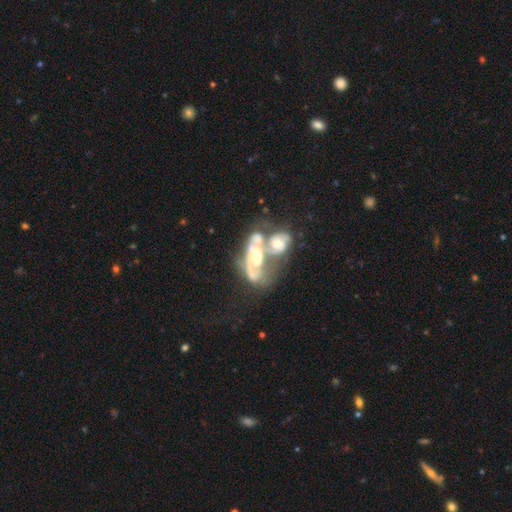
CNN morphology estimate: Smooth or featured? featured or disk (75%)
Edge-on disk? no (93%)
Bar? no (59%)
Spiral arms? yes (68%)
Bulge size? moderate (59%)
Merging? merger (76%)